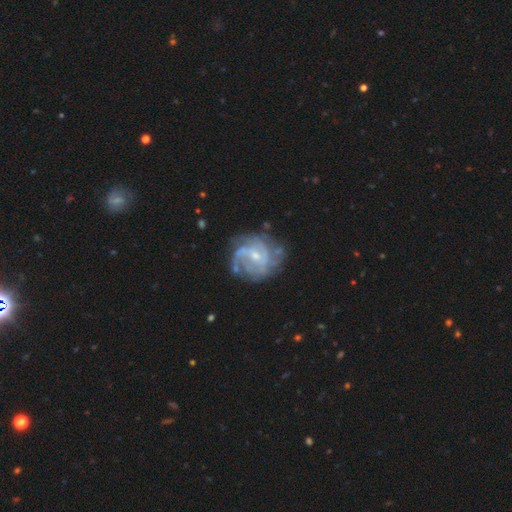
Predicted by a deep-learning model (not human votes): Smooth or featured: featured or disk — 85% (smooth — 9%)
Edge-on disk: no — 98% (yes — 2%)
Bar: weak — 46% (no — 45%)
Spiral arms: yes — 92% (no — 8%)
Spiral winding: tight — 44% (medium — 40%)
Spiral arm count: can't tell — 33% (3 — 22%)
Bulge size: small — 63% (moderate — 31%)
Merging: none — 65% (minor disturbance — 19%)